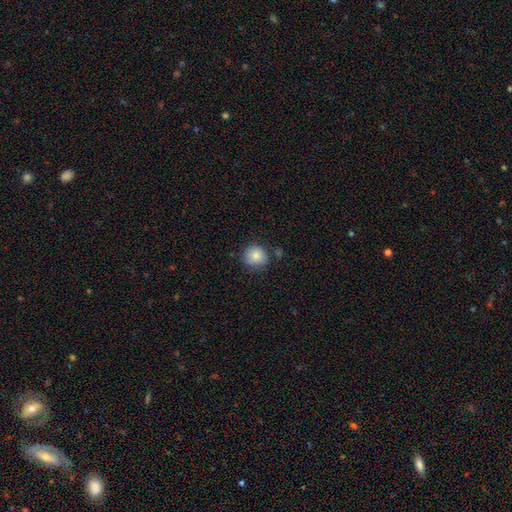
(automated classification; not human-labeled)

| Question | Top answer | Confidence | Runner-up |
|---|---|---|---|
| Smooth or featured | smooth | 83% | star or artifact (9%) |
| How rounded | round | 88% | in between (11%) |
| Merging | none | 78% | minor disturbance (15%) |